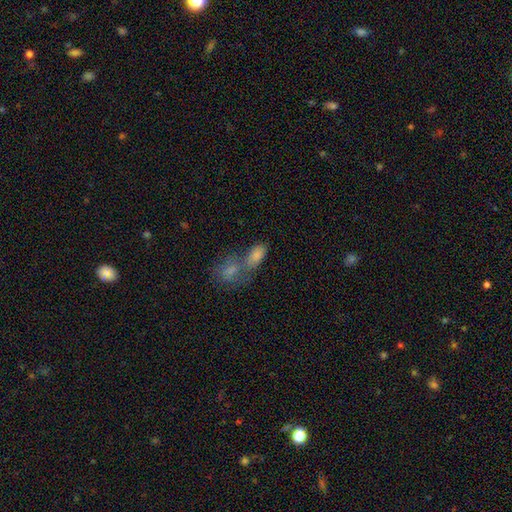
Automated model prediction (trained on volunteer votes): The model was most divided on "merging": merger: 58%, none: 25%, minor disturbance: 10%, major disturbance: 7%. More confident: how rounded — in between (87%); smooth or featured — smooth (79%).